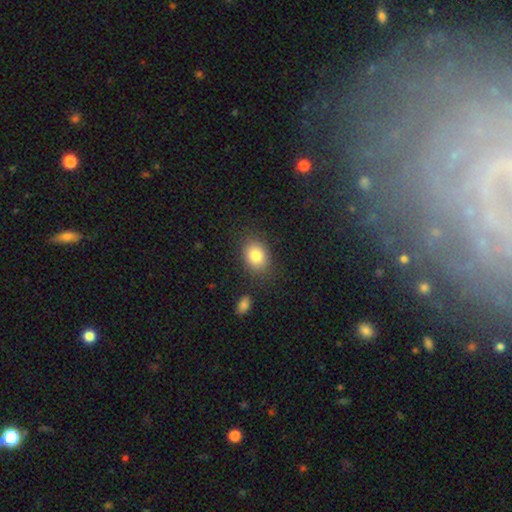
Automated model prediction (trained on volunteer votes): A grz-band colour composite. It shows a smooth galaxy with no disk features (83%) that is in between round and cigar-shaped (66%). Merging: none (81%).